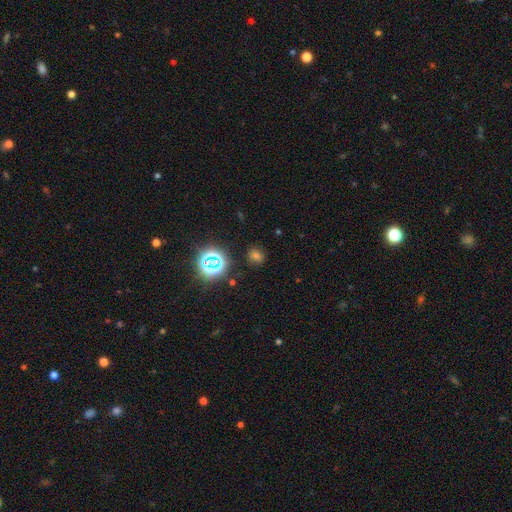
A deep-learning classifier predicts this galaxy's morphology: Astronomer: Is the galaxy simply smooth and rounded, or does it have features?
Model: smooth — 51% (runner-up: star or artifact, 42%).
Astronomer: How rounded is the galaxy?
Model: round — 70%.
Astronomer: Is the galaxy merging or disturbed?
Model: none — 83%.